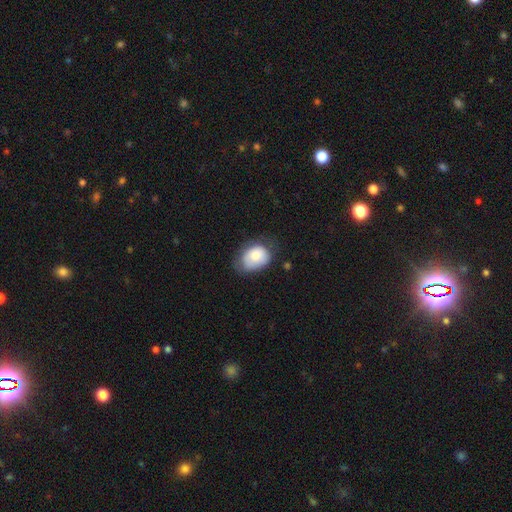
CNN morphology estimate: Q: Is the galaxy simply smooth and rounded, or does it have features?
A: smooth — 77%.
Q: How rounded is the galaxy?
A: in between — 67%.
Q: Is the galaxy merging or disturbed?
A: none — 52%.